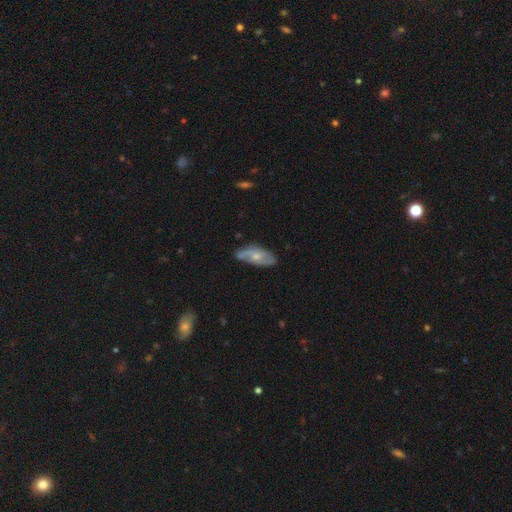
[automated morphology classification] A featured or disk galaxy (60%) with no bar (66%), spiral arms (78%) and a small central bulge (49%).

Vote fractions:
- Smooth or featured? featured or disk: 60% / smooth: 34% / star or artifact: 6%
- Edge-on disk? no: 89% / yes: 11%
- Bar? no: 66% / weak: 29% / strong: 5%
- Spiral arms? yes: 78% / no: 22%
- Bulge size? small: 49% / moderate: 45% / none: 3% / large: 2% / dominant: 1%
- Merging? none: 61% / minor disturbance: 28% / major disturbance: 7% / merger: 3%